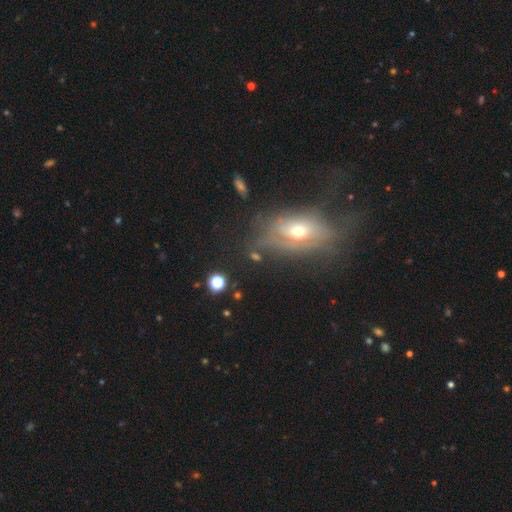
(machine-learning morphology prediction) A smooth galaxy with no disk features (38%).

Vote fractions:
- Smooth or featured? smooth: 38% / featured or disk: 37% / star or artifact: 25%
- Merging? none: 60% / minor disturbance: 19% / major disturbance: 14% / merger: 7%